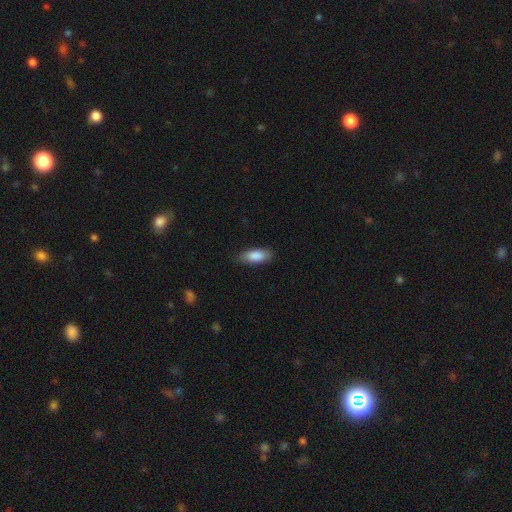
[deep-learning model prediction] smooth-or-featured: smooth: 86% | featured or disk: 8% | star or artifact: 6%
  how-rounded: in between: 81% | cigar-shaped: 17% | round: 2%
  merging: none: 82% | minor disturbance: 14% | major disturbance: 3% | merger: 1%